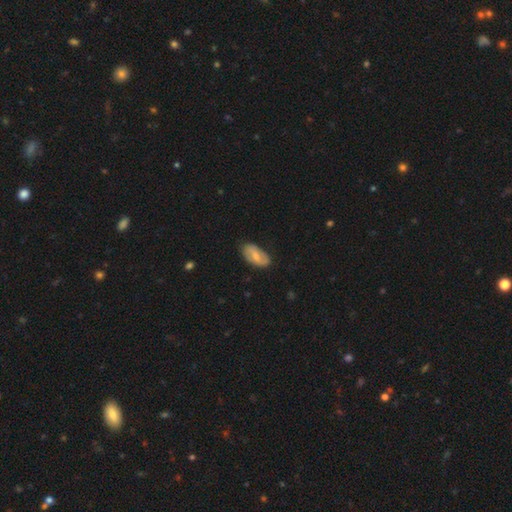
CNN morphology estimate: This is possibly a smooth galaxy (50%). Merging: clearly none (80%).